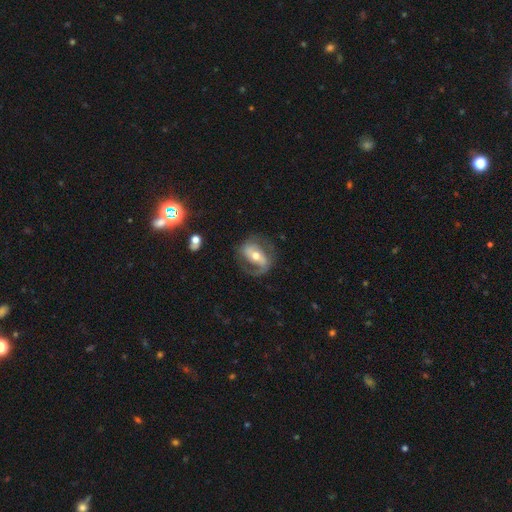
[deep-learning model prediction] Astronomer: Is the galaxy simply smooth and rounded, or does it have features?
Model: featured or disk — 78%.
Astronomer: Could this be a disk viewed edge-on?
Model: no — 95%.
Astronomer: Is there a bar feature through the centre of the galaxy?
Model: strong — 47% (runner-up: weak, 30%).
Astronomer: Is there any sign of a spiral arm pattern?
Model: yes — 86%.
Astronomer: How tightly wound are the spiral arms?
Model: medium — 47% (runner-up: loose, 29%).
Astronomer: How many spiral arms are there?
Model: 2 — 75%.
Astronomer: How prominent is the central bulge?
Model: moderate — 66%.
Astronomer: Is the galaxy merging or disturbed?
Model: none — 66%.